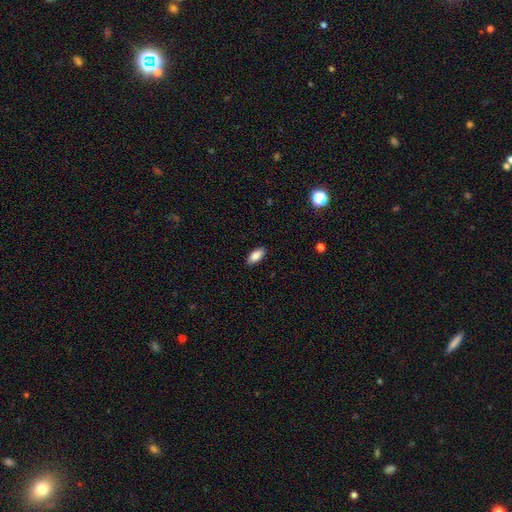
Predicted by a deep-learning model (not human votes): Morphology: type=smooth (87%); roundness=in between (90%); merging=none (88%).